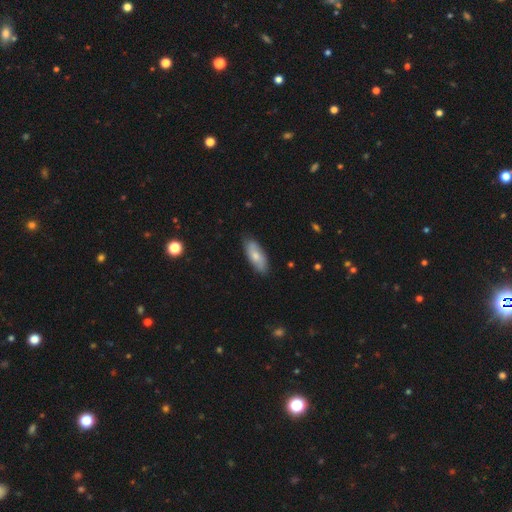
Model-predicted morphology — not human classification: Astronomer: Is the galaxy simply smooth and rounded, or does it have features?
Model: smooth — 65%.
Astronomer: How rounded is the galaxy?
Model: in between — 79%.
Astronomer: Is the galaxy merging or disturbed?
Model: none — 83%.